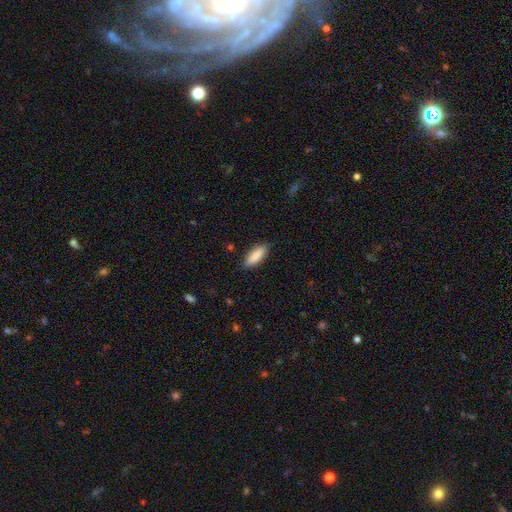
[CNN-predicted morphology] This appears to be a smooth galaxy with no disk features (86%) that is in between round and cigar-shaped (56%). Merging: none (84%).